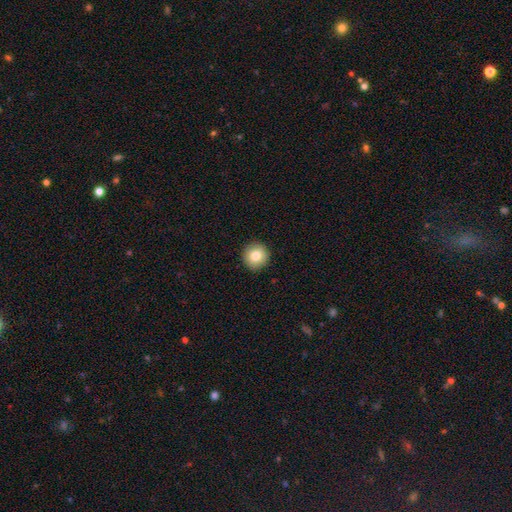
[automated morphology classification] A smooth galaxy with no disk features (81%) that is round (94%).

Vote fractions:
- Smooth or featured? smooth: 81% / featured or disk: 10% / star or artifact: 9%
- How rounded? round: 94% / in between: 5% / cigar-shaped: 1%
- Merging? none: 92% / minor disturbance: 5% / major disturbance: 2% / merger: 1%